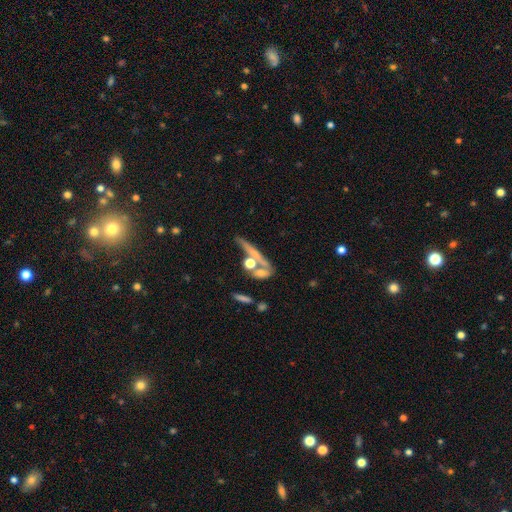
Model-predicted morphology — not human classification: Smooth or featured?
  - featured or disk: 47% *
  - smooth: 39%
  - star or artifact: 14%
Merging?
  - none: 50% *
  - merger: 29%
  - minor disturbance: 12%
  - major disturbance: 9%